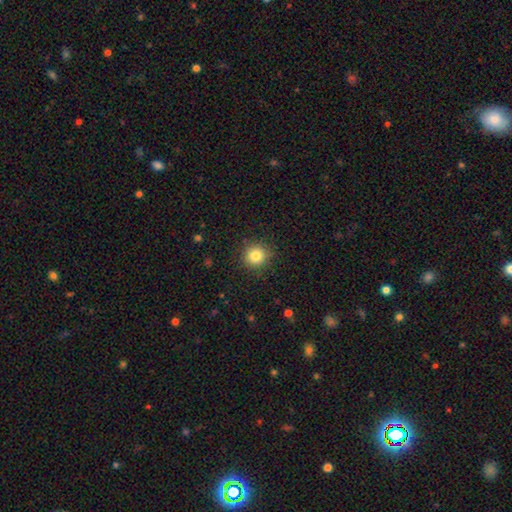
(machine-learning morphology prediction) smooth-or-featured: smooth: 82% | star or artifact: 11% | featured or disk: 6%
  how-rounded: round: 92% | in between: 7% | cigar-shaped: 1%
  merging: none: 89% | minor disturbance: 7% | major disturbance: 2% | merger: 1%